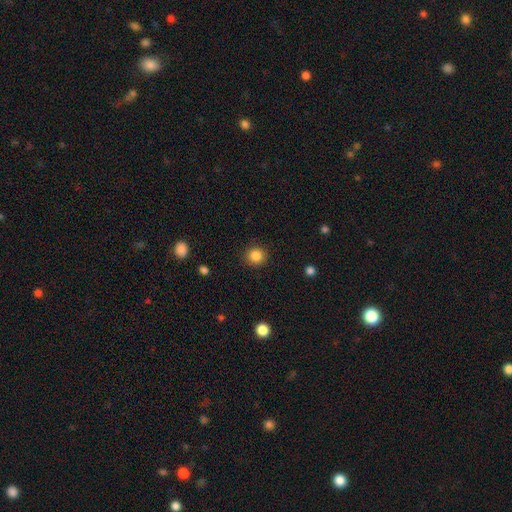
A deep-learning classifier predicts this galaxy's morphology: A smooth galaxy with no disk features (86%) that is round (91%).

Vote fractions:
- Smooth or featured? smooth: 86% / star or artifact: 10% / featured or disk: 3%
- How rounded? round: 91% / in between: 8% / cigar-shaped: 1%
- Merging? none: 90% / minor disturbance: 6% / major disturbance: 2% / merger: 1%